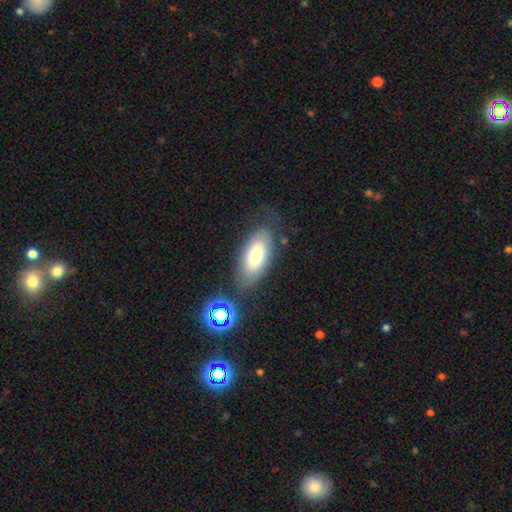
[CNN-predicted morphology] Overall: smooth (71%). How rounded: in between (90%). Merging: none (67%).